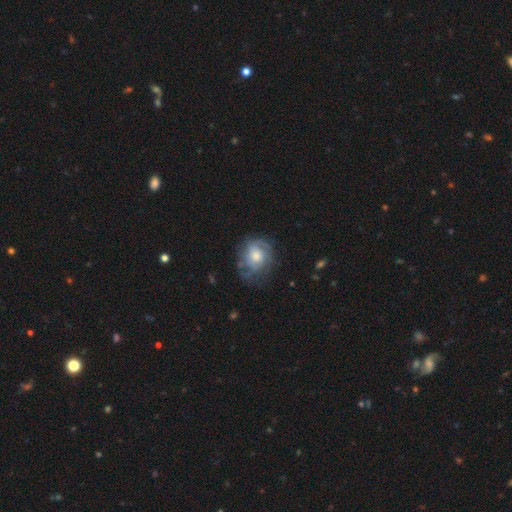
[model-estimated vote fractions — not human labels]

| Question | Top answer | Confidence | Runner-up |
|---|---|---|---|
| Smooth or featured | featured or disk | 61% | smooth (31%) |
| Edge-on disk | no | 97% | yes (3%) |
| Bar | no | 77% | weak (20%) |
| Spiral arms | yes | 78% | no (22%) |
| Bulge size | moderate | 58% | large (21%) |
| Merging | none | 66% | minor disturbance (21%) |